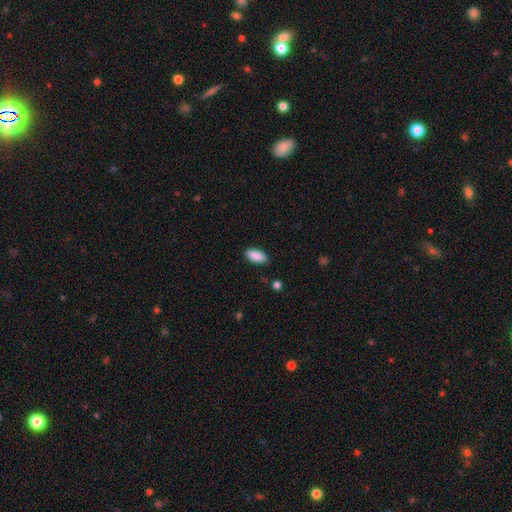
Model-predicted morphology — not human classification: Smooth or featured: smooth — 90% (star or artifact — 7%)
How rounded: in between — 91% (cigar-shaped — 7%)
Merging: none — 87% (minor disturbance — 10%)